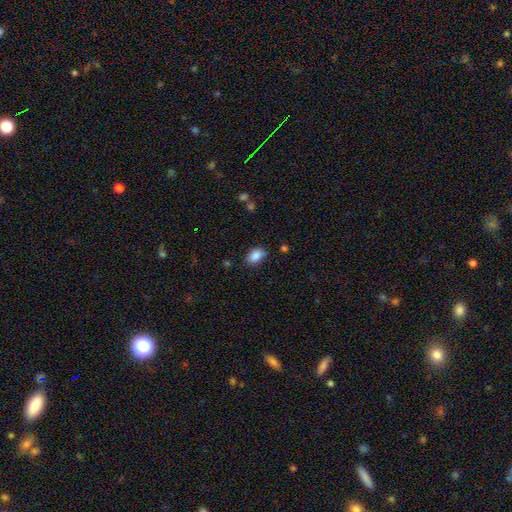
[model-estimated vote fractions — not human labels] A smooth galaxy with no disk features (87%) that is in between round and cigar-shaped (83%).

Vote fractions:
- Smooth or featured? smooth: 87% / star or artifact: 9% / featured or disk: 4%
- How rounded? in between: 83% / round: 16% / cigar-shaped: 1%
- Merging? none: 76% / minor disturbance: 18% / major disturbance: 4% / merger: 2%